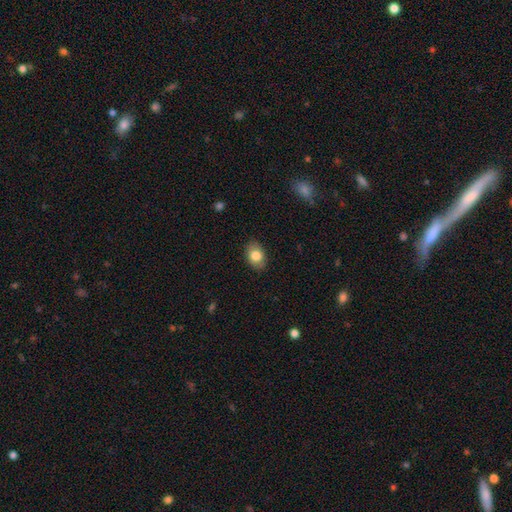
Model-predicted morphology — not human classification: type=smooth (82%); roundness=in between (80%); merging=none (86%).